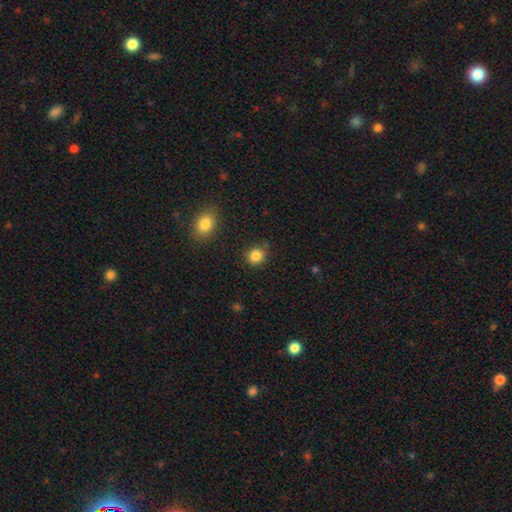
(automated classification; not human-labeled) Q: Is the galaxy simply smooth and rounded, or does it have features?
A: smooth — 85%.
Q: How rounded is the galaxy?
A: round — 83%.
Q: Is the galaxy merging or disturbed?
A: none — 82%.